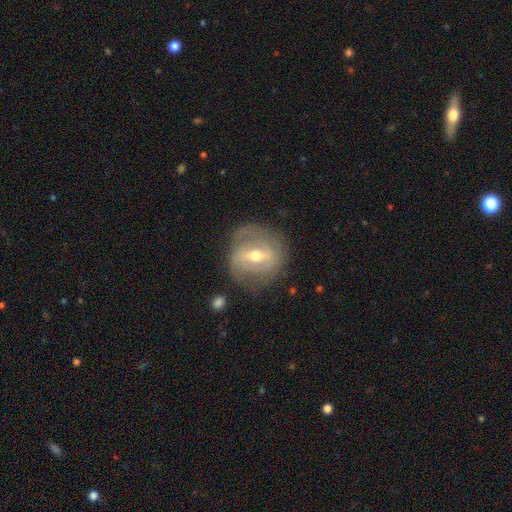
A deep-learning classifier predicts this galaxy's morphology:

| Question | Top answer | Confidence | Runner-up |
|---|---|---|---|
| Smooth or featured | featured or disk | 76% | smooth (18%) |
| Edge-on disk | no | 92% | yes (8%) |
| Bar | strong | 53% | weak (36%) |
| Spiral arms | yes | 64% | no (36%) |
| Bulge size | moderate | 64% | small (31%) |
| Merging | none | 71% | minor disturbance (18%) |